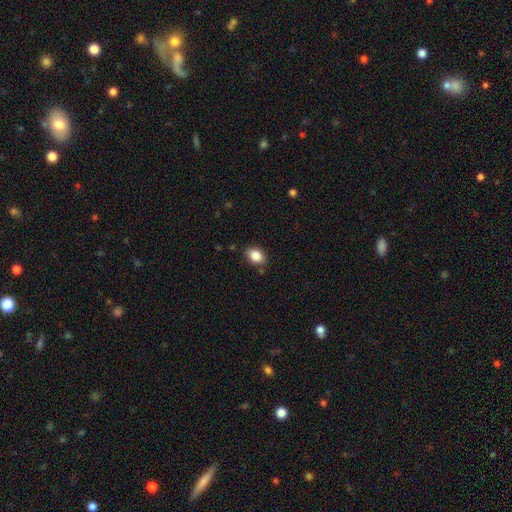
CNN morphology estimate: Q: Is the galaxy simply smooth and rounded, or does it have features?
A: smooth — 86%.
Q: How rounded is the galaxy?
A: in between — 73%.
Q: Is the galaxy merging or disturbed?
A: none — 82%.